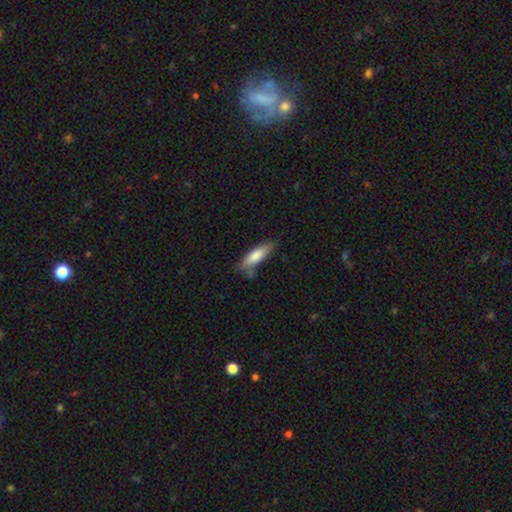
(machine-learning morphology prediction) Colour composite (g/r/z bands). It shows a smooth galaxy with no disk features (77%) that is cigar-shaped (57%). Merging: none (65%).